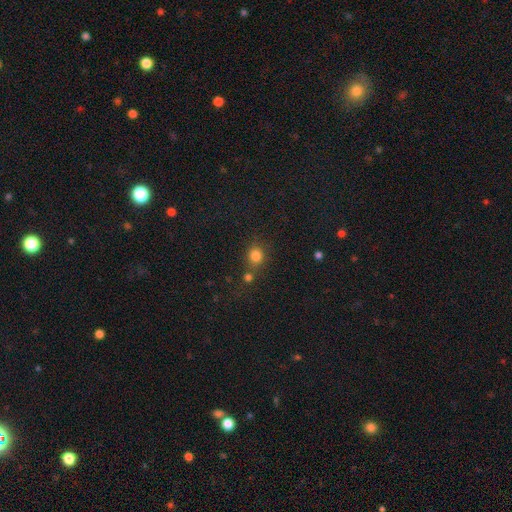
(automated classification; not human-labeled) smooth_or_featured: smooth (p=0.80) [alt: star or artifact p=0.14]
how_rounded: round (p=0.78) [alt: in between p=0.21]
merging: none (p=0.63) [alt: merger p=0.21]